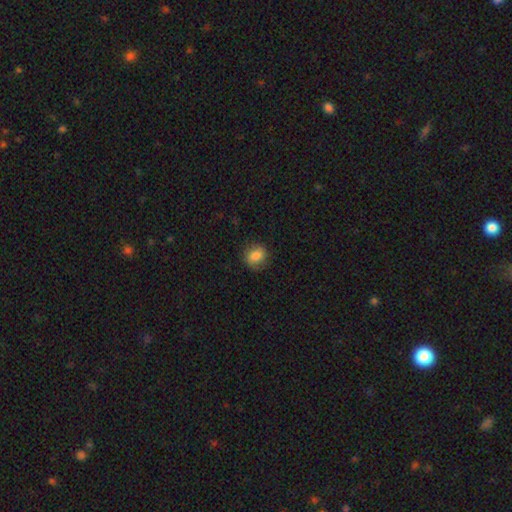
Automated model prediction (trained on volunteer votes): smooth 81%, featured or disk 10%, star or artifact 9%. Down the decision tree: how rounded — round (62%); merging — none (80%).